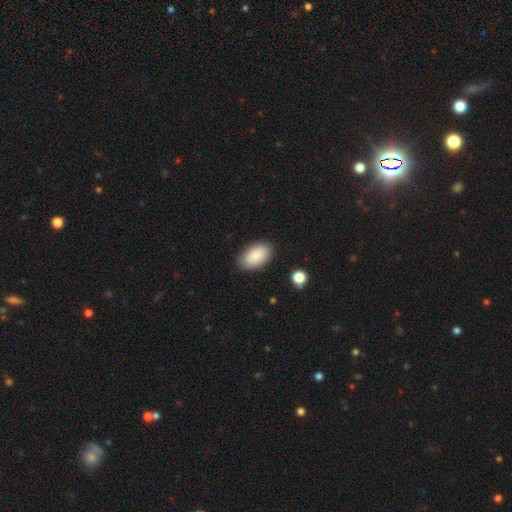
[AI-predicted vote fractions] smooth-or-featured: smooth: 88% | star or artifact: 6% | featured or disk: 5%
  how-rounded: in between: 94% | round: 4% | cigar-shaped: 1%
  merging: none: 86% | minor disturbance: 10% | major disturbance: 2% | merger: 1%